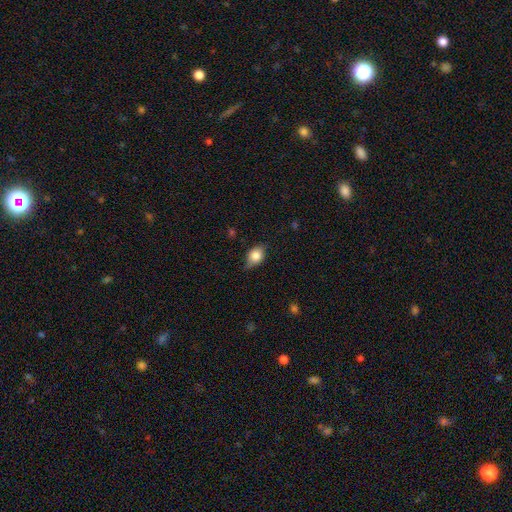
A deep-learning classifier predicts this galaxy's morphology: Smooth or featured?
  - smooth: 75% *
  - featured or disk: 17%
  - star or artifact: 8%
How rounded?
  - in between: 68% *
  - round: 29%
  - cigar-shaped: 3%
Merging?
  - none: 67% *
  - minor disturbance: 26%
  - major disturbance: 5%
  - merger: 1%